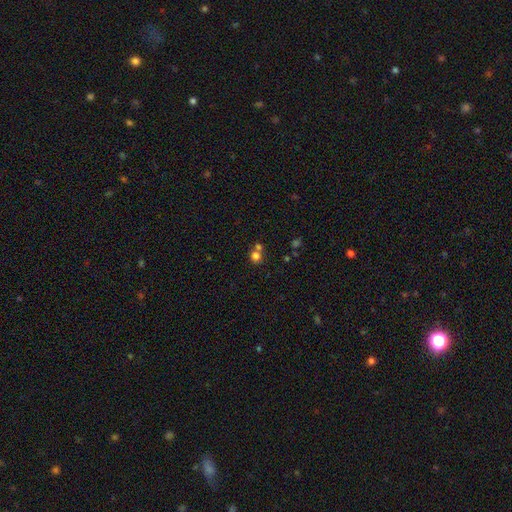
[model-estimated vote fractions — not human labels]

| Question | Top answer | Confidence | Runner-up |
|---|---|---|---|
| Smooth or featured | smooth | 76% | star or artifact (15%) |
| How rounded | round | 87% | in between (12%) |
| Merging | none | 55% | merger (35%) |